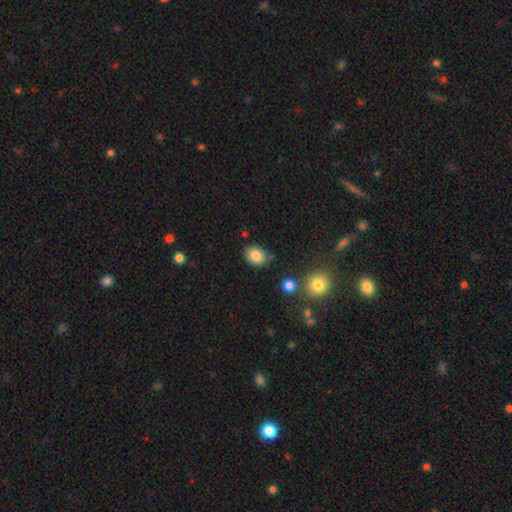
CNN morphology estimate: Q: Smooth or featured?
A: smooth (84%); runner-up: star or artifact (9%)
Q: How rounded?
A: in between (64%); runner-up: round (35%)
Q: Merging?
A: none (80%); runner-up: minor disturbance (13%)